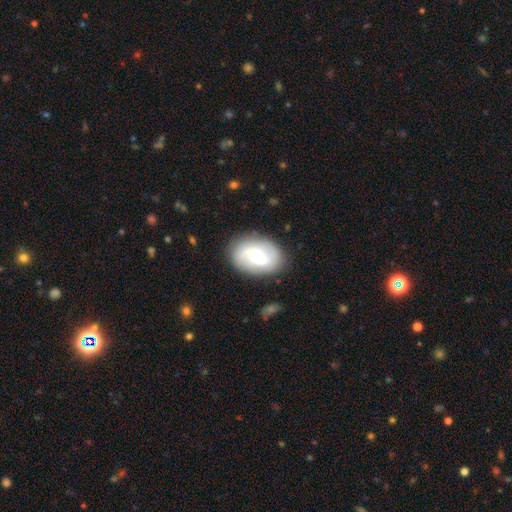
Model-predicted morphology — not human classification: Smooth or featured?
  - featured or disk: 73% *
  - smooth: 22%
  - star or artifact: 6%
Edge-on disk?
  - no: 97% *
  - yes: 3%
Bar?
  - weak: 44% *
  - no: 42%
  - strong: 13%
Spiral arms?
  - yes: 90% *
  - no: 10%
Spiral winding?
  - loose: 47% *
  - medium: 37%
  - tight: 16%
Spiral arm count?
  - 2: 88% *
  - can't tell: 6%
  - 3: 2%
  - 1: 2%
  - 4: 1%
  - more than 4: 1%
Bulge size?
  - moderate: 55% *
  - small: 39%
  - large: 4%
  - none: 1%
  - dominant: 1%
Merging?
  - none: 85% *
  - minor disturbance: 10%
  - major disturbance: 3%
  - merger: 1%